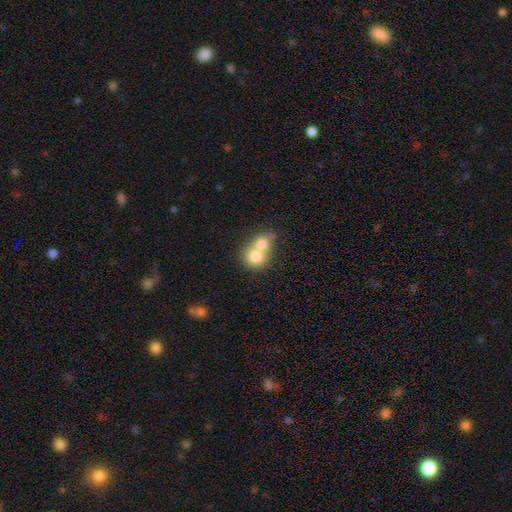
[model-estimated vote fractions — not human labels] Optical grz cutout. It shows a smooth galaxy with no disk features (74%) that is round (74%). Merging: merger (73%).